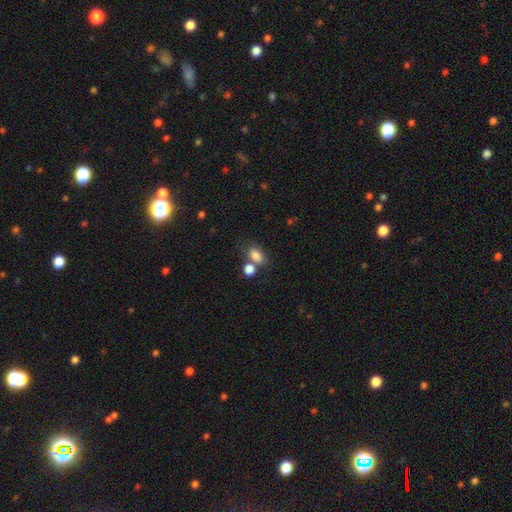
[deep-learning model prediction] Smooth or featured? Predicted: smooth (p=0.82). How rounded? Predicted: in between (p=0.81). Merging? Predicted: none (p=0.48).